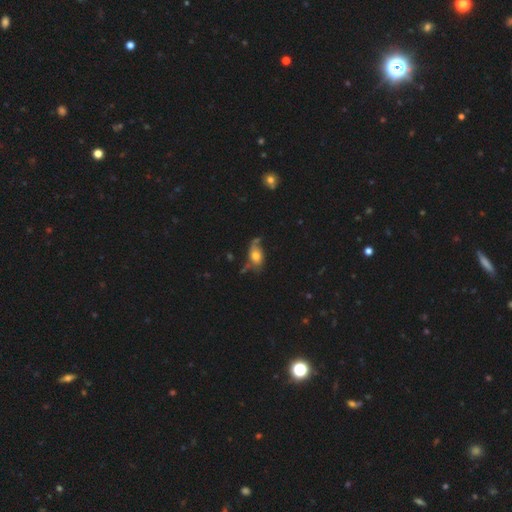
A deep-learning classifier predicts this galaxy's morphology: A smooth galaxy with no disk features (60%) that is in between round and cigar-shaped (82%).

Vote fractions:
- Smooth or featured? smooth: 60% / featured or disk: 30% / star or artifact: 10%
- How rounded? in between: 82% / round: 13% / cigar-shaped: 5%
- Merging? none: 42% / minor disturbance: 30% / major disturbance: 19% / merger: 10%